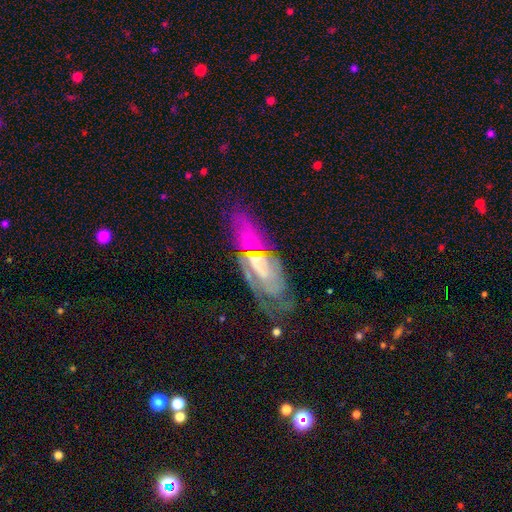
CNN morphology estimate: This appears to be a featured or disk galaxy (71%) with no bar (54%), spiral arms (75%) and a small central bulge (56%). Merging: none (60%).